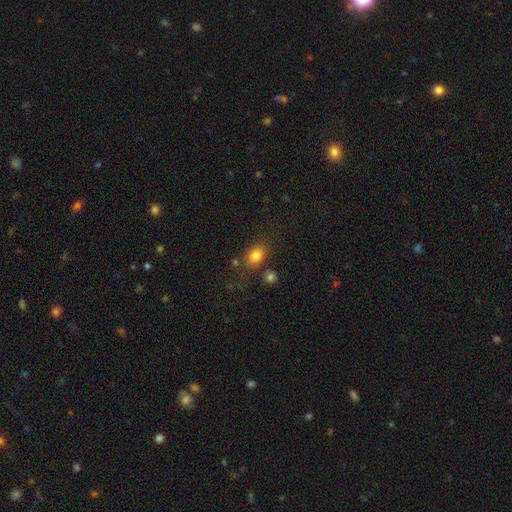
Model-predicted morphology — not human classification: Smooth or featured? Predicted: smooth (p=0.82). How rounded? Predicted: in between (p=0.60). Merging? Predicted: none (p=0.72).